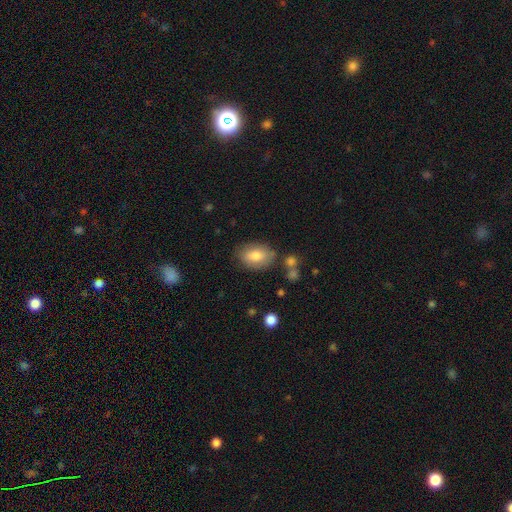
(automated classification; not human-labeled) Smooth or featured?
  - smooth: 79% *
  - featured or disk: 13%
  - star or artifact: 7%
How rounded?
  - in between: 83% *
  - round: 16%
  - cigar-shaped: 1%
Merging?
  - none: 76% *
  - minor disturbance: 15%
  - merger: 5%
  - major disturbance: 4%